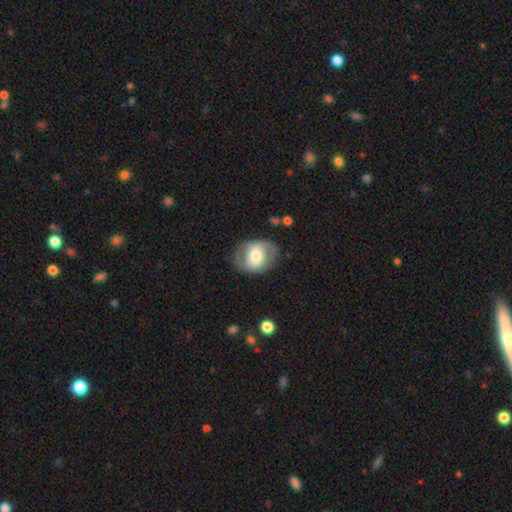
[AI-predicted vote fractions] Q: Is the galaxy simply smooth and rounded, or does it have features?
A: featured or disk — 55%.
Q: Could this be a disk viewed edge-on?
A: no — 95%.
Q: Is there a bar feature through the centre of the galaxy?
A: no — 41%.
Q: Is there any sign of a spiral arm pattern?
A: yes — 64%.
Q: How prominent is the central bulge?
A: moderate — 57%.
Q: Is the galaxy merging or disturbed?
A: none — 75%.